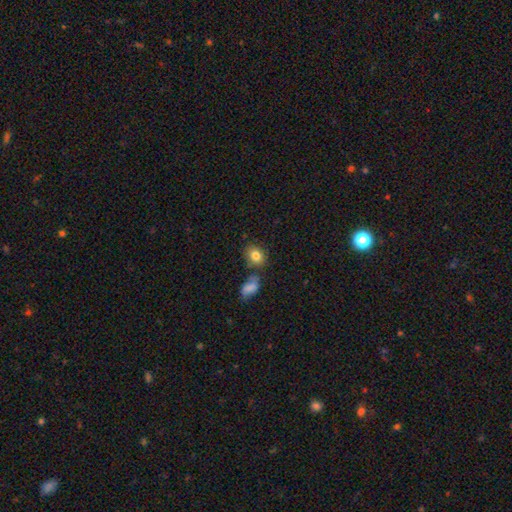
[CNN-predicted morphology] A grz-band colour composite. It shows a smooth galaxy with no disk features (82%) that is in between round and cigar-shaped (52%). Merging: none (69%).